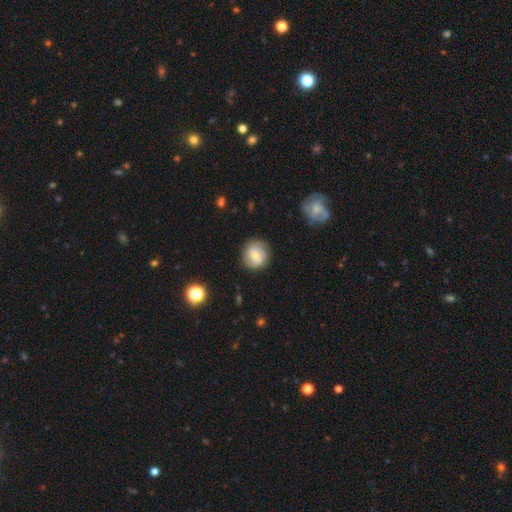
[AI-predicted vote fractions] A smooth galaxy with no disk features (57%) that is round (88%). Merging: none (84%).